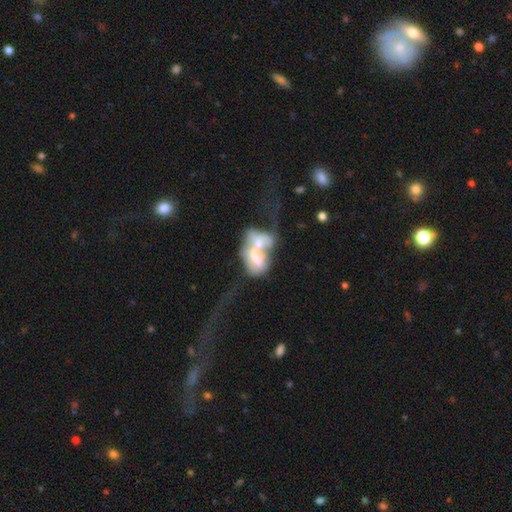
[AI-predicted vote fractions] Smooth or featured? featured or disk (50%)
Edge-on disk? no (94%)
Merging? merger (70%)